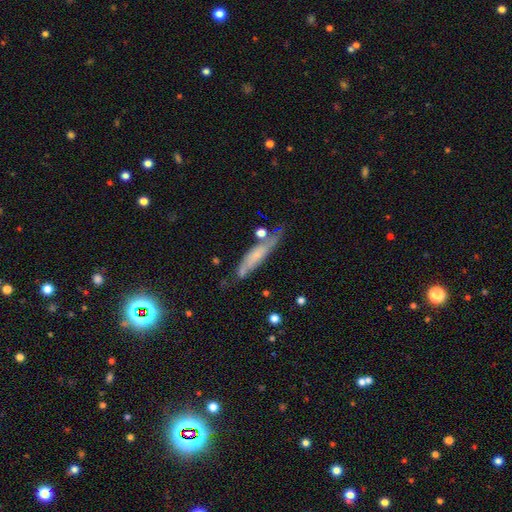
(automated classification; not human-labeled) Smooth or featured: smooth — 48% (featured or disk — 44%)
Merging: none — 59% (minor disturbance — 24%)